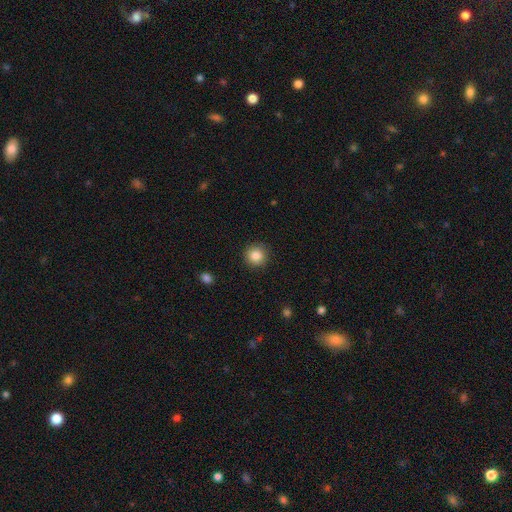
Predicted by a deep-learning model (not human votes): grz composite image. It shows a smooth galaxy with no disk features (86%) that is round (94%). Merging: none (91%).